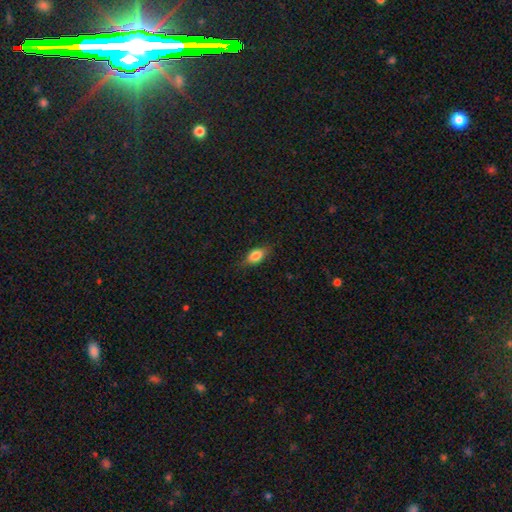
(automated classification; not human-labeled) This appears to be a smooth galaxy with no disk features (78%) that is in between round and cigar-shaped (82%). Merging: none (78%).